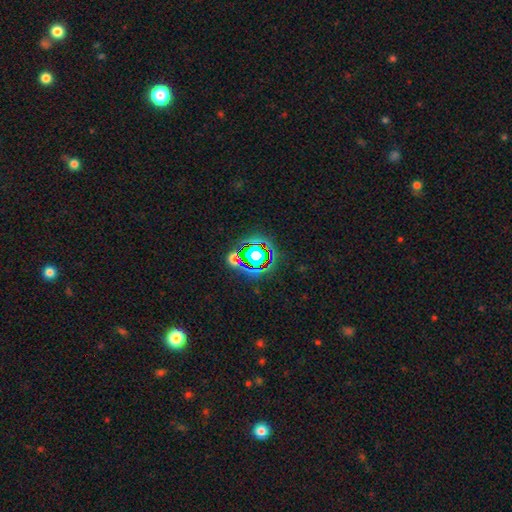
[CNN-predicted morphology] A star or artifact, not a galaxy (66%).

Vote fractions:
- Smooth or featured? star or artifact: 66% / smooth: 20% / featured or disk: 14%